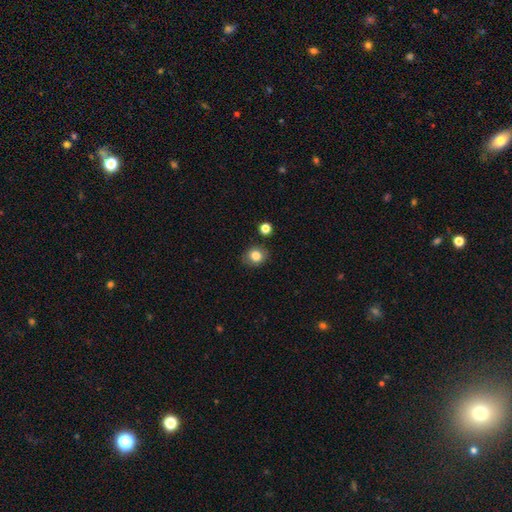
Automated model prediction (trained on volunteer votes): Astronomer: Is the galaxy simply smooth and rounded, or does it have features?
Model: smooth — 82%.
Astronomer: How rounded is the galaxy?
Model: round — 68%.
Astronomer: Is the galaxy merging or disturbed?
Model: none — 83%.